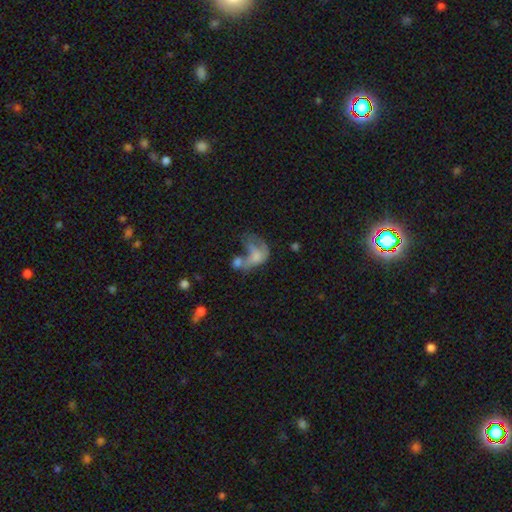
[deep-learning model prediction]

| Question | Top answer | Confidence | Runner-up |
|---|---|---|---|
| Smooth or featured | smooth | 48% | featured or disk (40%) |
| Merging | merger | 41% | major disturbance (36%) |